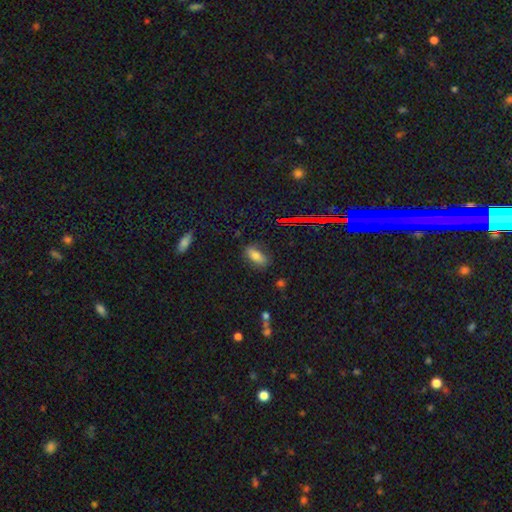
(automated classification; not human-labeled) A smooth galaxy with no disk features (72%) that is in between round and cigar-shaped (83%). Merging: none (80%).